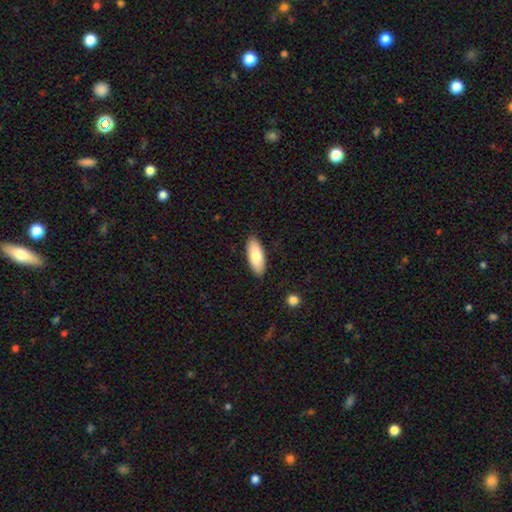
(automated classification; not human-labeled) Overall: smooth (81%). How rounded: in between (80%). Merging: none (88%).